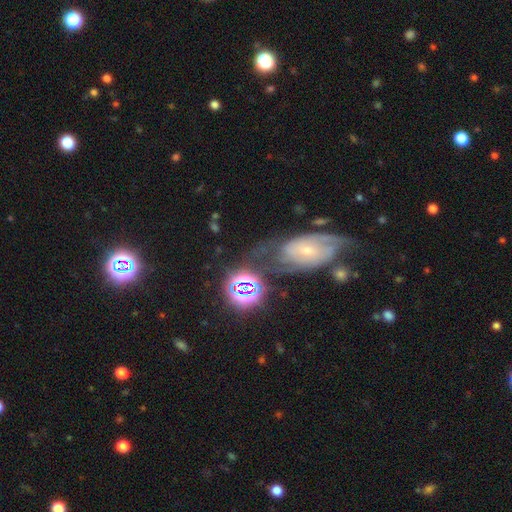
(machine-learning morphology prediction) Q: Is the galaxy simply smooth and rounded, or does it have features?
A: featured or disk — 53%.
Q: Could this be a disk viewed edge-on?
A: no — 90%.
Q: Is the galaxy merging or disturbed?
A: none — 56%.